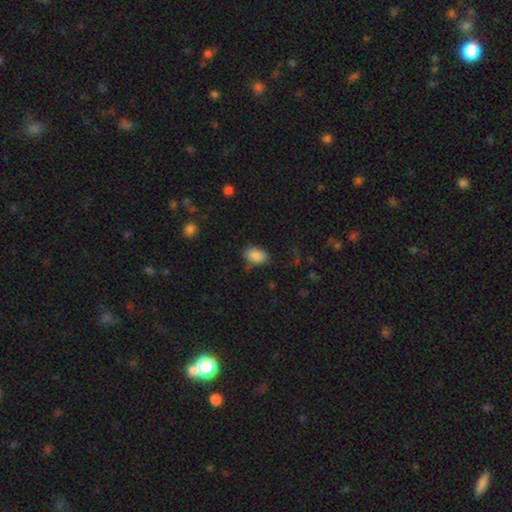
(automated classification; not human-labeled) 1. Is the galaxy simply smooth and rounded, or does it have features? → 87% smooth, 8% star or artifact, 5% featured or disk.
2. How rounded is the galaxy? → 86% in between, 12% round, 1% cigar-shaped.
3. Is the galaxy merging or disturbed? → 76% none, 17% minor disturbance, 4% major disturbance, 2% merger.